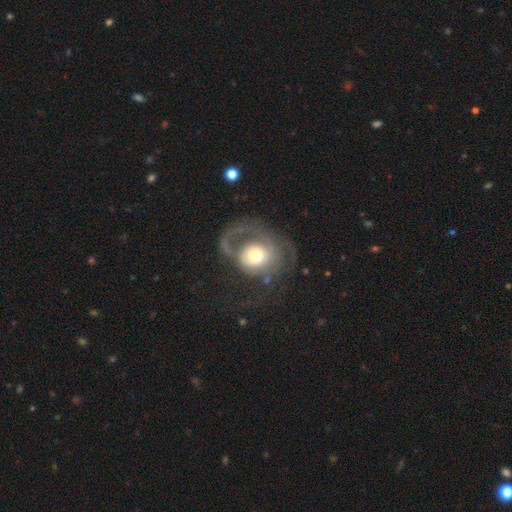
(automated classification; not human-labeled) Smooth or featured: featured or disk — 59% (smooth — 33%)
Edge-on disk: no — 97% (yes — 3%)
Bar: no — 80% (weak — 16%)
Spiral arms: yes — 67% (no — 33%)
Bulge size: moderate — 50% (large — 31%)
Merging: major disturbance — 52% (none — 31%)